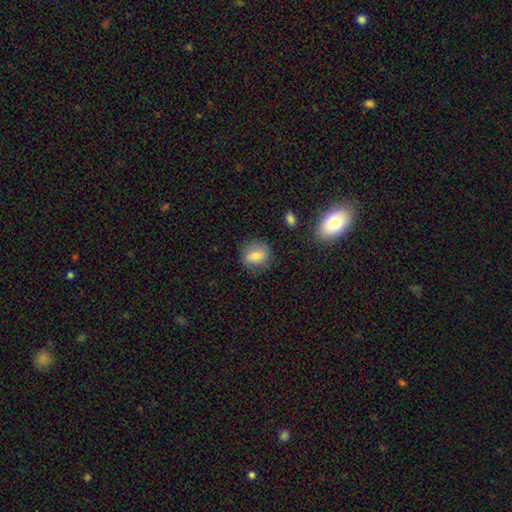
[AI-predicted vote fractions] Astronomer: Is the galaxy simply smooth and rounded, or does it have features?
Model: smooth — 76%.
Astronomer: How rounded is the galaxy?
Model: round — 61% (runner-up: in between, 37%).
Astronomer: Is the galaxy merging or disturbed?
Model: none — 79%.